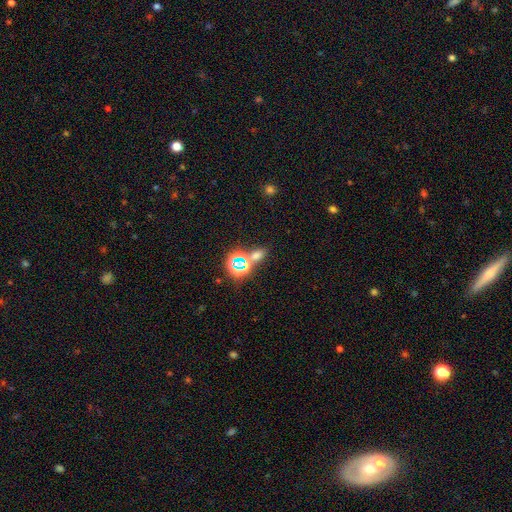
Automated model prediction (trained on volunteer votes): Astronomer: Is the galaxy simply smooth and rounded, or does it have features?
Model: smooth — 54% (runner-up: star or artifact, 39%).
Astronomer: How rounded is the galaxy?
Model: in between — 67%.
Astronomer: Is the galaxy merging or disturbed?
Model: none — 66%.